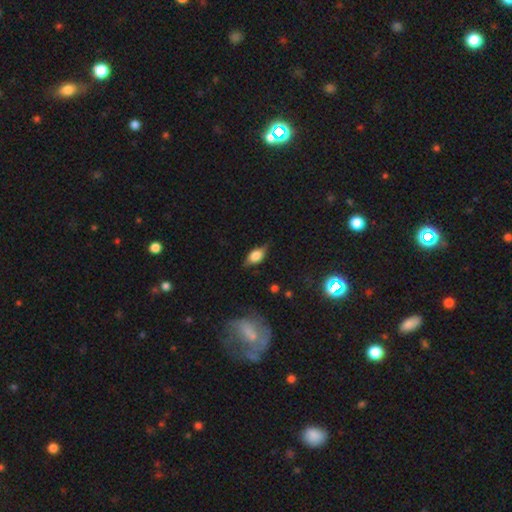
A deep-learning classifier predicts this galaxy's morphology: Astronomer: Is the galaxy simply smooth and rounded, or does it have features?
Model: smooth — 54% (runner-up: featured or disk, 38%).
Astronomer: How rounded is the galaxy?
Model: in between — 81%.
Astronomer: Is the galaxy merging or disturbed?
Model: none — 72%.